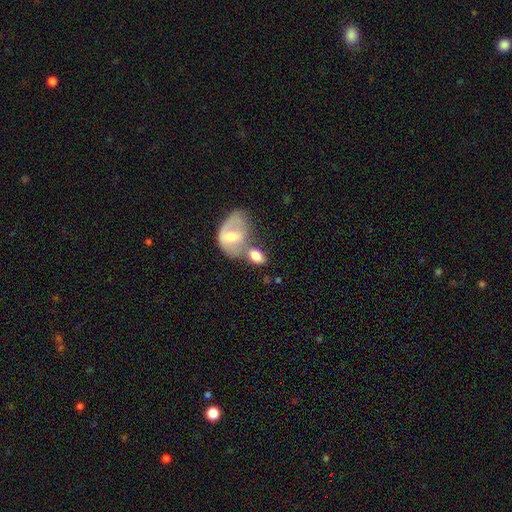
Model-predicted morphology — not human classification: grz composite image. It shows a smooth galaxy with no disk features (70%) that is in between round and cigar-shaped (86%). Merging: merger (52%).